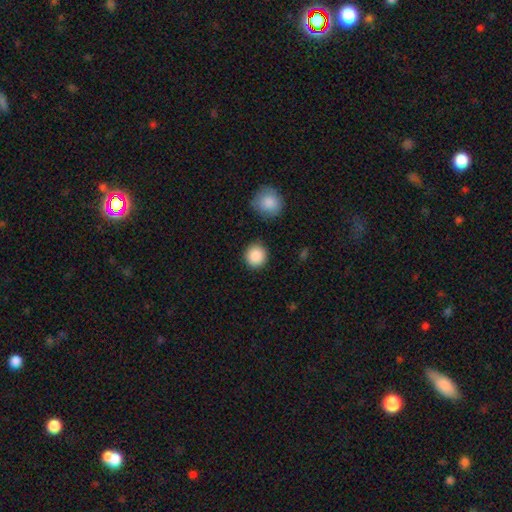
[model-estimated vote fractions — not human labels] smooth_or_featured: smooth (p=0.89) [alt: star or artifact p=0.08]
how_rounded: round (p=0.93) [alt: in between p=0.06]
merging: none (p=0.88) [alt: minor disturbance p=0.07]